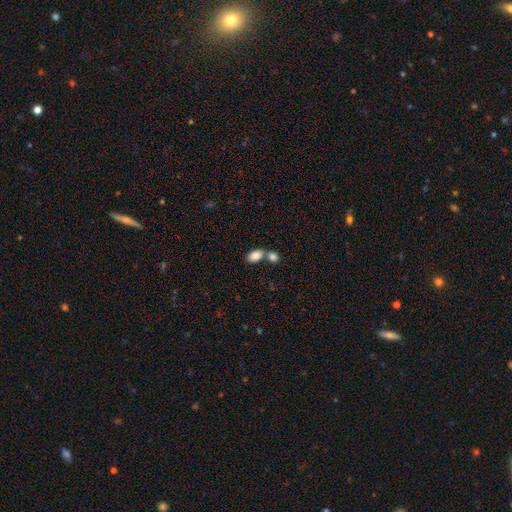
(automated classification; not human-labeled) The model was most divided on "merging": none: 45%, merger: 43%, minor disturbance: 9%, major disturbance: 3%. More confident: how rounded — in between (89%); smooth or featured — smooth (86%).